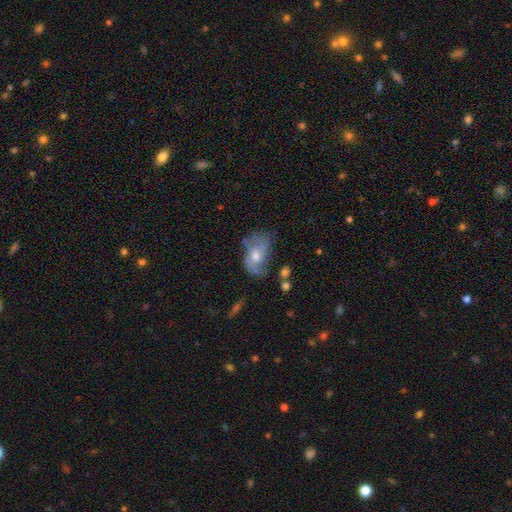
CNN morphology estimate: Smooth or featured? featured or disk (51%)
Edge-on disk? no (94%)
Merging? none (43%)